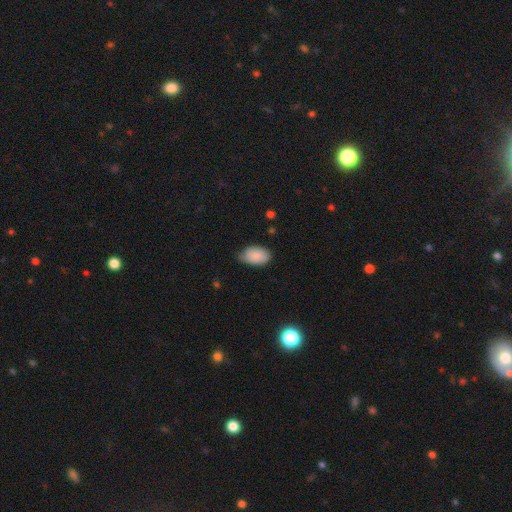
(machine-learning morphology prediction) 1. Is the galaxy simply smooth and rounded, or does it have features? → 84% smooth, 9% featured or disk, 7% star or artifact.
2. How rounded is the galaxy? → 91% in between, 7% round, 1% cigar-shaped.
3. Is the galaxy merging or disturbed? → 57% none, 36% minor disturbance, 6% major disturbance, 2% merger.